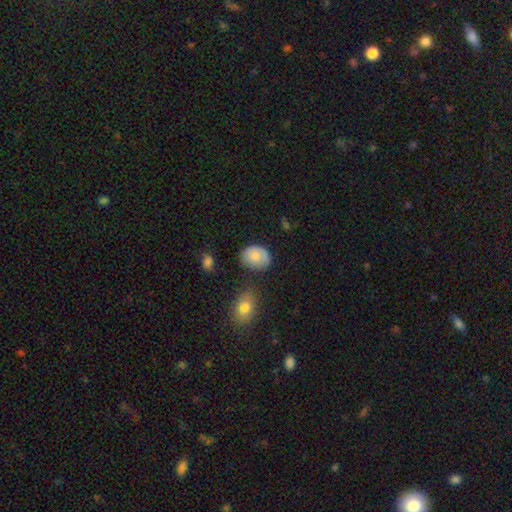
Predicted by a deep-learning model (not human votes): Q: Smooth or featured?
A: smooth (79%); runner-up: featured or disk (14%)
Q: How rounded?
A: in between (60%); runner-up: round (39%)
Q: Merging?
A: none (64%); runner-up: minor disturbance (25%)